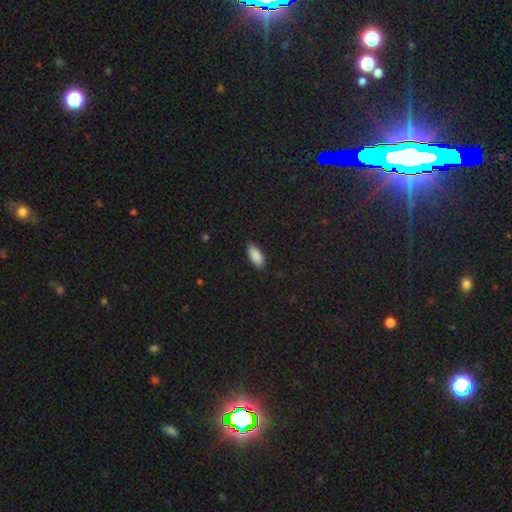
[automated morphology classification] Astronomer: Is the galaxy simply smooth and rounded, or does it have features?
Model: smooth — 89%.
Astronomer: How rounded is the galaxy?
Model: in between — 89%.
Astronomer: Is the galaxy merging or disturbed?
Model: none — 87%.